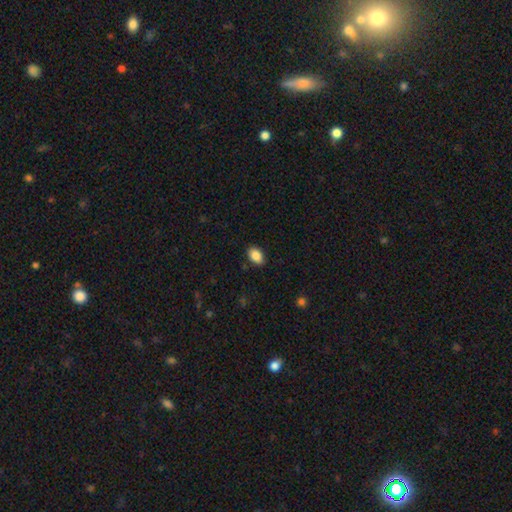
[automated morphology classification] Smooth or featured? smooth (88%)
How rounded? in between (87%)
Merging? none (88%)